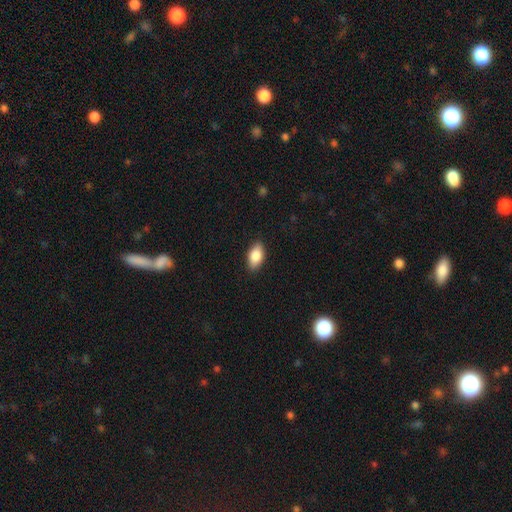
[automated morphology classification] Overall: smooth (85%). How rounded: in between (92%). Merging: none (88%).